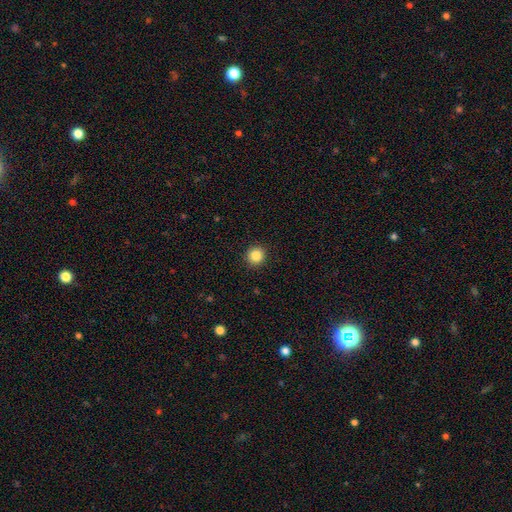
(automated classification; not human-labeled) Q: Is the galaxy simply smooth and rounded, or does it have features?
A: smooth — 86%.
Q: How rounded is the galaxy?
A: round — 94%.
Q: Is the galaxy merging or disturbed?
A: none — 93%.